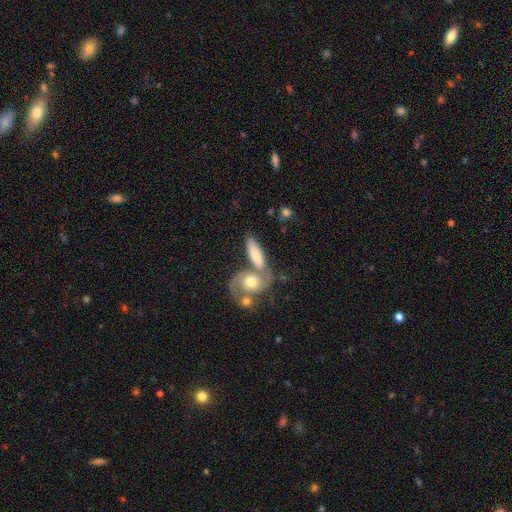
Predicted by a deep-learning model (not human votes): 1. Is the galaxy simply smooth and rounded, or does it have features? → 60% featured or disk, 33% smooth, 7% star or artifact.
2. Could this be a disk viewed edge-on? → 84% no, 16% yes.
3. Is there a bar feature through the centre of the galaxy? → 70% no, 24% weak, 7% strong.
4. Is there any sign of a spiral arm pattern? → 85% yes, 15% no.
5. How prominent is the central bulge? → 59% moderate, 22% small, 14% large, 4% none, 2% dominant.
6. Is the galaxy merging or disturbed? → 50% merger, 33% none, 11% minor disturbance, 6% major disturbance.